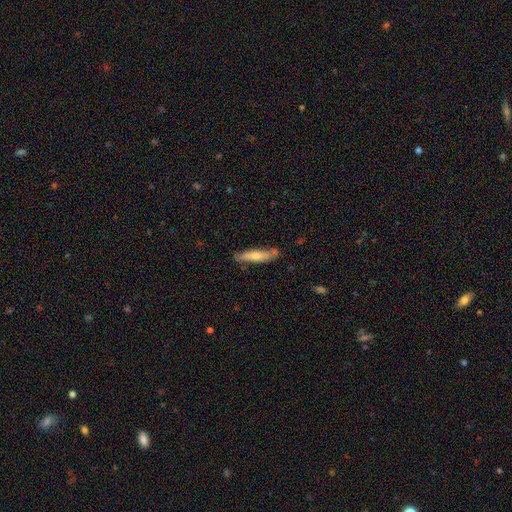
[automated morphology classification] smooth-or-featured: smooth: 61% | featured or disk: 34% | star or artifact: 6%
  how-rounded: cigar-shaped: 80% | in between: 18% | round: 2%
  merging: none: 72% | minor disturbance: 19% | merger: 6% | major disturbance: 3%